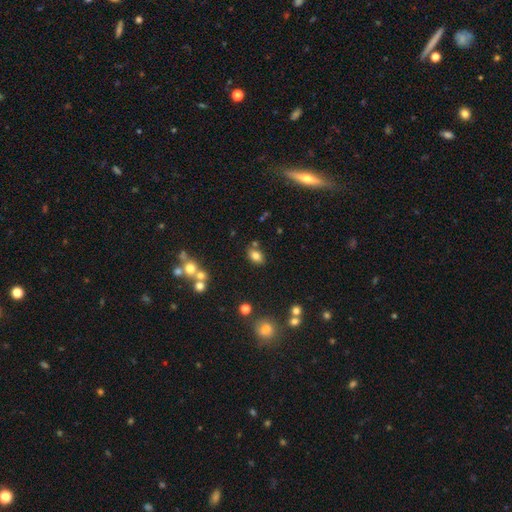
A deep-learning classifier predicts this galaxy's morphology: Smooth or featured? Predicted: smooth (p=0.78). How rounded? Predicted: in between (p=0.82). Merging? Predicted: none (p=0.75).